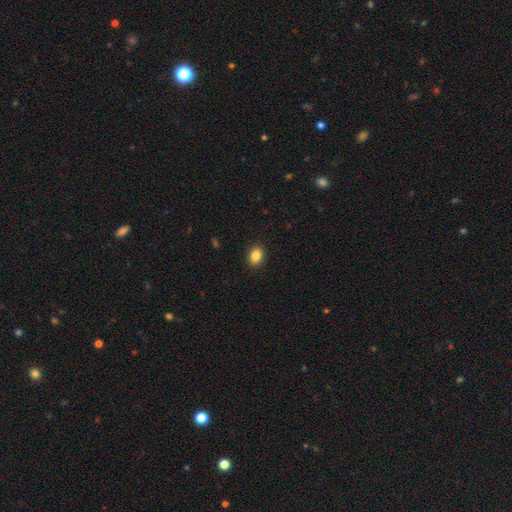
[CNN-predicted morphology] This is clearly a smooth galaxy (86%). How rounded: likely in between (63%). Merging: clearly none (91%).